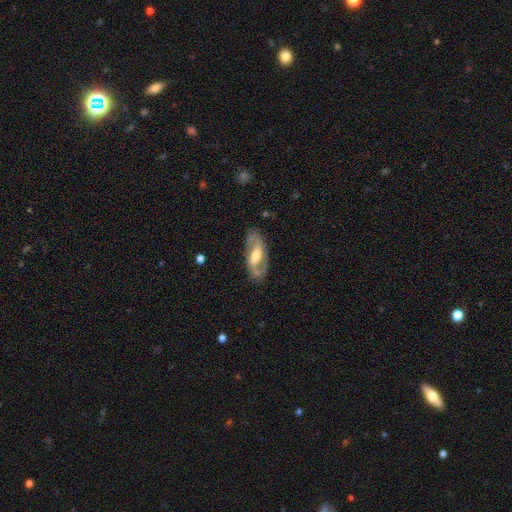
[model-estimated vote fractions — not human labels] Smooth or featured?
  - featured or disk: 79% *
  - smooth: 16%
  - star or artifact: 5%
Edge-on disk?
  - no: 92% *
  - yes: 8%
Bar?
  - strong: 42% *
  - weak: 40%
  - no: 18%
Spiral arms?
  - yes: 86% *
  - no: 14%
Spiral winding?
  - medium: 49% *
  - loose: 30%
  - tight: 21%
Spiral arm count?
  - 2: 89% *
  - can't tell: 5%
  - 1: 3%
  - 3: 1%
  - 4: 1%
  - more than 4: 1%
Bulge size?
  - moderate: 59% *
  - small: 19%
  - large: 18%
  - none: 3%
  - dominant: 2%
Merging?
  - none: 81% *
  - minor disturbance: 13%
  - major disturbance: 5%
  - merger: 1%